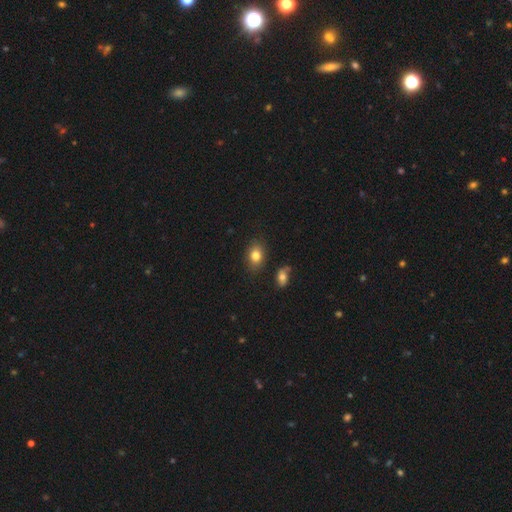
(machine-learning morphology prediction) Overall: smooth (81%). How rounded: in between (70%). Merging: none (82%).